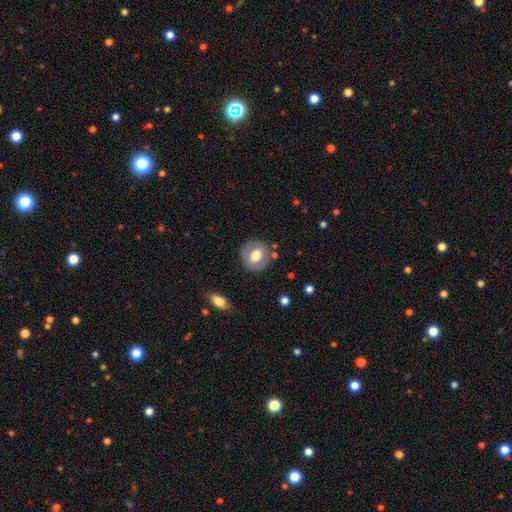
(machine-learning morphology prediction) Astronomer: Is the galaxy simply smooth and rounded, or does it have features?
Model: smooth — 57% (runner-up: featured or disk, 36%).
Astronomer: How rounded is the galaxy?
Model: round — 77%.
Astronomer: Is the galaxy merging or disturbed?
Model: none — 79%.